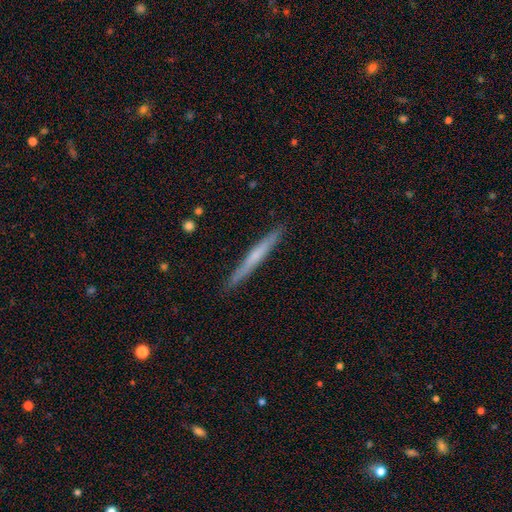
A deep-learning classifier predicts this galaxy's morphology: Overall: smooth (48%; featured or disk 46%). Merging: none (91%).